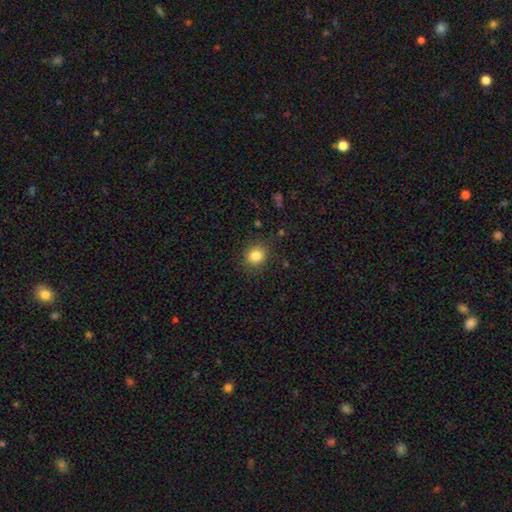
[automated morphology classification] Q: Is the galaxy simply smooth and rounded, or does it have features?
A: smooth — 83%.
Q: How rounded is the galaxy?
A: round — 80%.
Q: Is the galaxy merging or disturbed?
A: none — 85%.